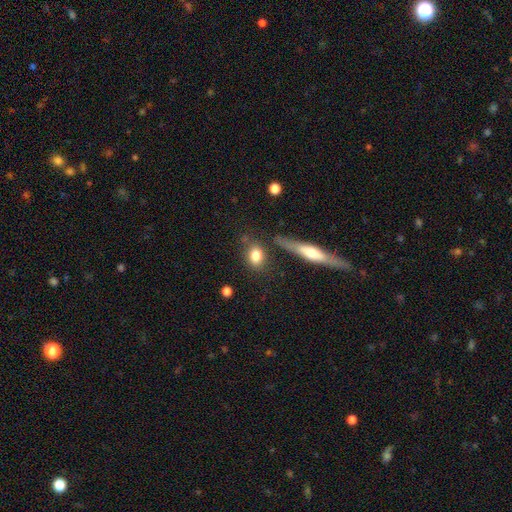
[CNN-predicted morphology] Smooth or featured?
  - smooth: 80% *
  - featured or disk: 12%
  - star or artifact: 8%
How rounded?
  - in between: 63% *
  - round: 31%
  - cigar-shaped: 6%
Merging?
  - none: 68% *
  - minor disturbance: 16%
  - merger: 9%
  - major disturbance: 6%